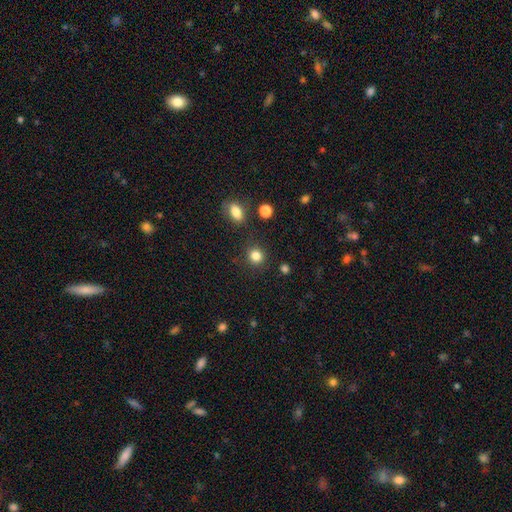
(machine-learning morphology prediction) smooth_or_featured: smooth (p=0.84) [alt: star or artifact p=0.12]
how_rounded: round (p=0.88) [alt: in between p=0.11]
merging: none (p=0.86) [alt: minor disturbance p=0.08]